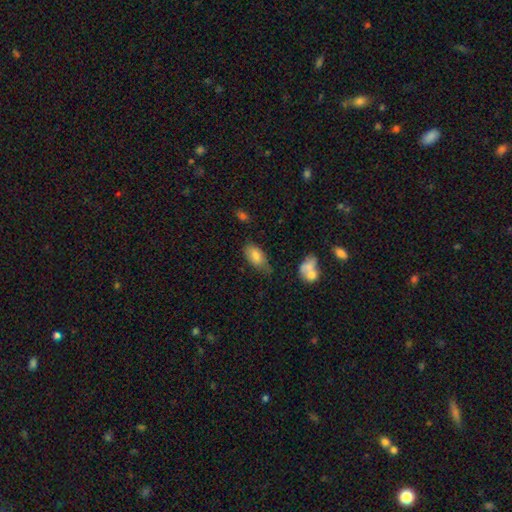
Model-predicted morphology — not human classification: A smooth galaxy with no disk features (79%) that is in between round and cigar-shaped (91%). Merging: none (58%).